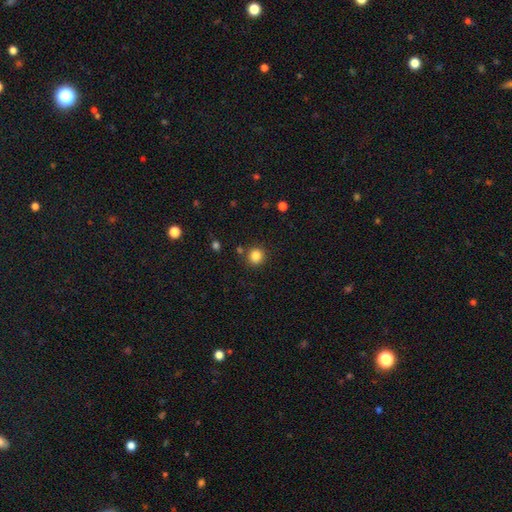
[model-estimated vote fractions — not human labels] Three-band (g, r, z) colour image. It shows a smooth galaxy with no disk features (84%) that is round (89%). Merging: none (85%).